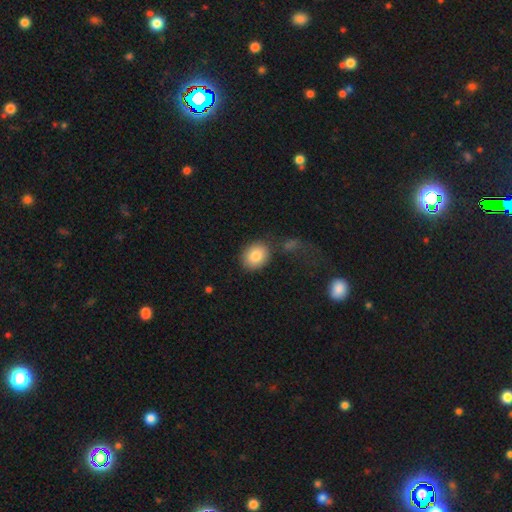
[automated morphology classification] Smooth or featured? smooth (85%)
How rounded? round (51%)
Merging? none (78%)